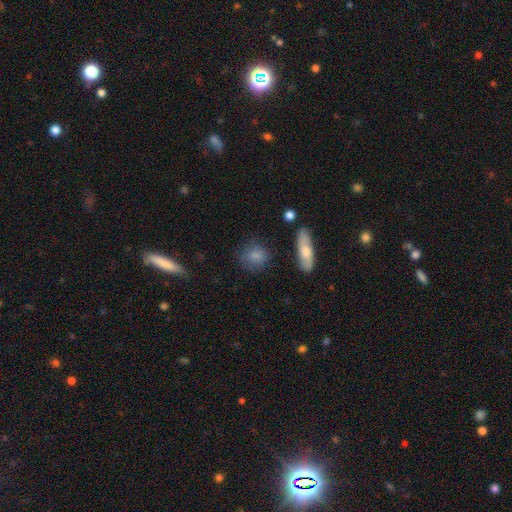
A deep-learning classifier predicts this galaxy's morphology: A smooth galaxy with no disk features (83%) that is round (68%). Merging: none (76%).